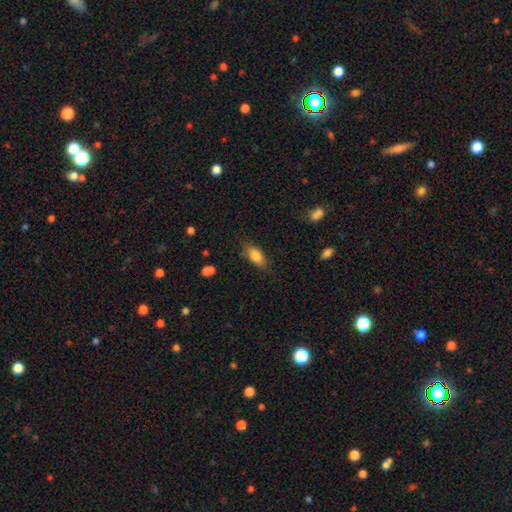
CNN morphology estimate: smooth 82%, featured or disk 11%, star or artifact 7%. Down the decision tree: how rounded — in between (82%); merging — none (74%).